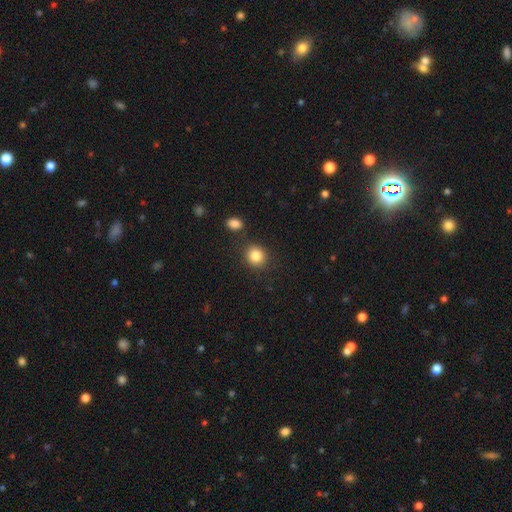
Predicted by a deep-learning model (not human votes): A smooth galaxy with no disk features (84%) that is round (81%). Merging: none (83%).